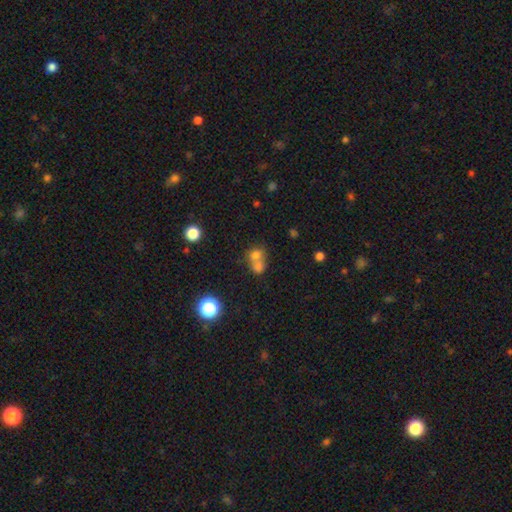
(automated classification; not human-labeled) A smooth galaxy with no disk features (71%) that is round (72%).

Vote fractions:
- Smooth or featured? smooth: 71% / star or artifact: 15% / featured or disk: 14%
- How rounded? round: 72% / in between: 27% / cigar-shaped: 1%
- Merging? merger: 63% / none: 28% / minor disturbance: 6% / major disturbance: 3%